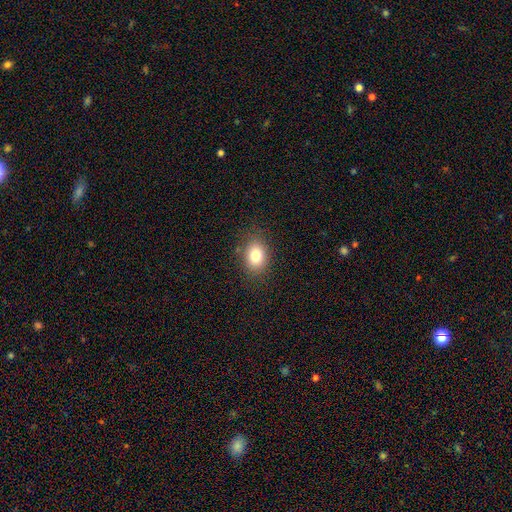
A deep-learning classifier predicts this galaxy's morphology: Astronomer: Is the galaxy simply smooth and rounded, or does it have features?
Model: smooth — 80%.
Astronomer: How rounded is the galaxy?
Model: in between — 64%.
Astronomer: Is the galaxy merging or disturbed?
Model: none — 85%.